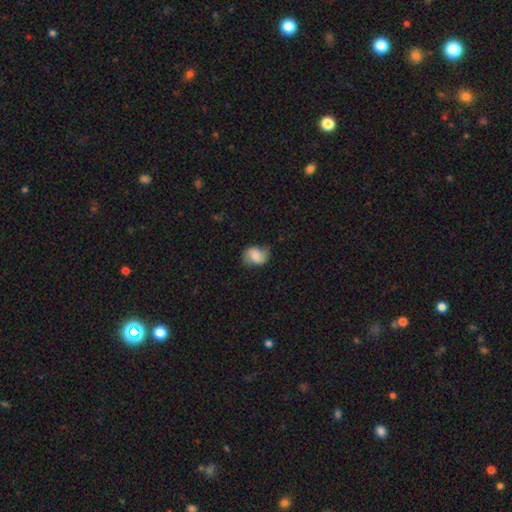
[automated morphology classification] Q: Smooth or featured?
A: smooth (60%); runner-up: featured or disk (32%)
Q: How rounded?
A: in between (60%); runner-up: round (39%)
Q: Merging?
A: none (66%); runner-up: minor disturbance (25%)